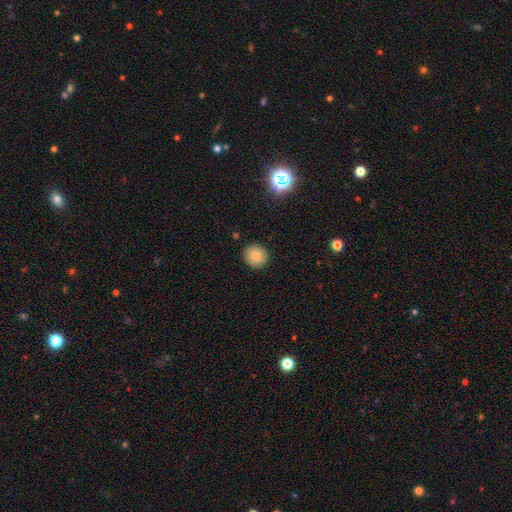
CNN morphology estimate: This is likely a smooth galaxy (76%). How rounded: clearly round (92%). Merging: clearly none (90%).